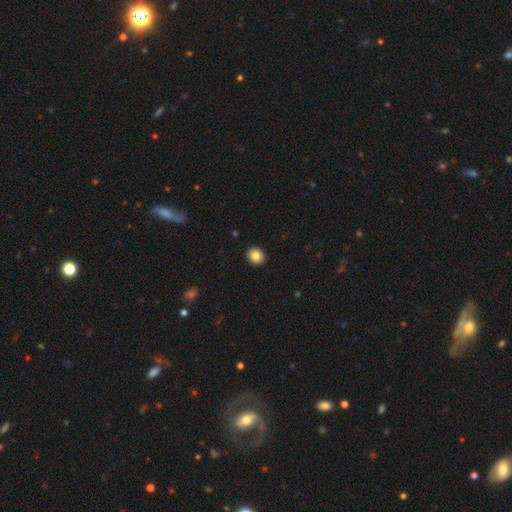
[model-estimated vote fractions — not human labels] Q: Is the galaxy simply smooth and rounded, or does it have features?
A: smooth — 83%.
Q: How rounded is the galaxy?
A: round — 80%.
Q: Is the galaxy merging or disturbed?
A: none — 93%.